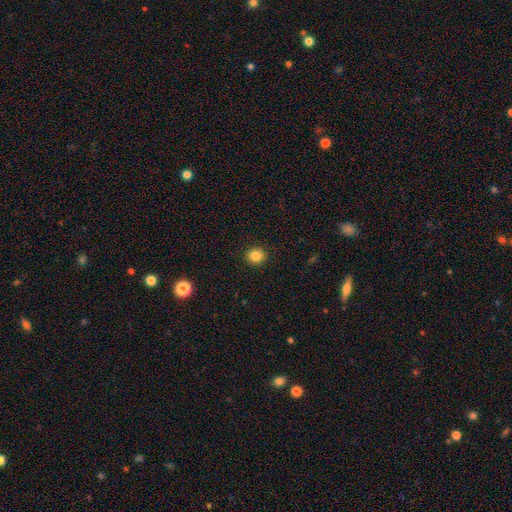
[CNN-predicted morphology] smooth-or-featured: smooth: 85% | star or artifact: 11% | featured or disk: 5%
  how-rounded: round: 82% | in between: 17% | cigar-shaped: 1%
  merging: none: 92% | minor disturbance: 5% | major disturbance: 2% | merger: 1%